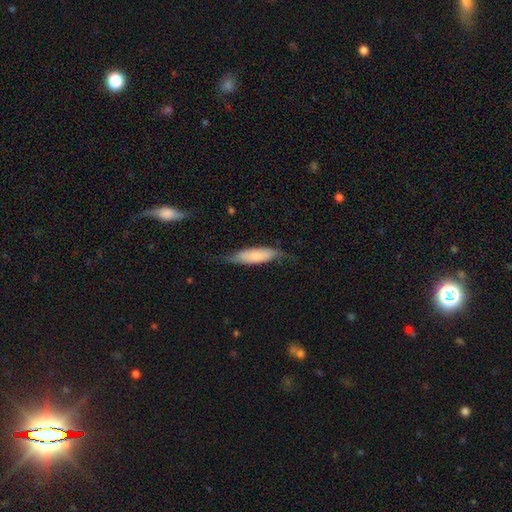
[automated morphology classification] This is likely a smooth galaxy (64%). How rounded: possibly cigar-shaped (50%). Merging: likely none (62%).